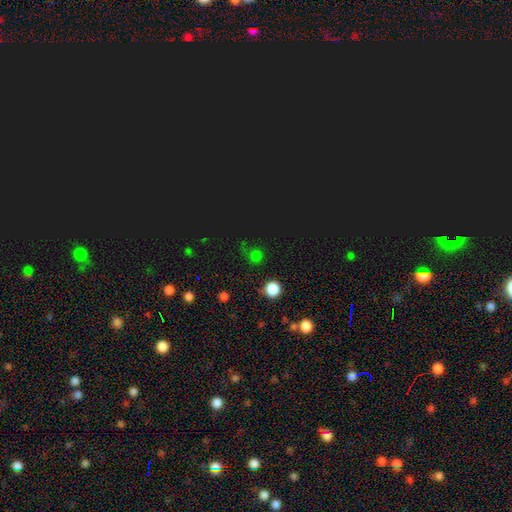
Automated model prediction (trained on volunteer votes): A star or artifact, not a galaxy (48%).

Vote fractions:
- Smooth or featured? star or artifact: 48% / smooth: 46% / featured or disk: 6%